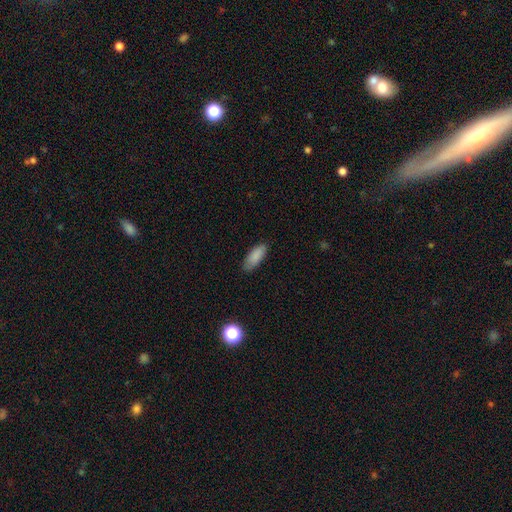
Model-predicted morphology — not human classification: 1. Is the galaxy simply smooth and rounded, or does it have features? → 87% smooth, 7% star or artifact, 6% featured or disk.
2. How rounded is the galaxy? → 79% in between, 20% cigar-shaped, 2% round.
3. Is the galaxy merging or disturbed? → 82% none, 14% minor disturbance, 3% major disturbance, 1% merger.